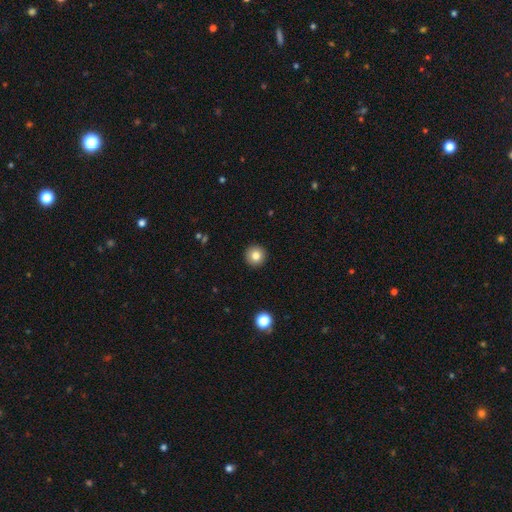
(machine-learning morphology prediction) Smooth or featured: smooth — 82% (star or artifact — 10%)
How rounded: round — 96% (in between — 3%)
Merging: none — 93% (minor disturbance — 4%)